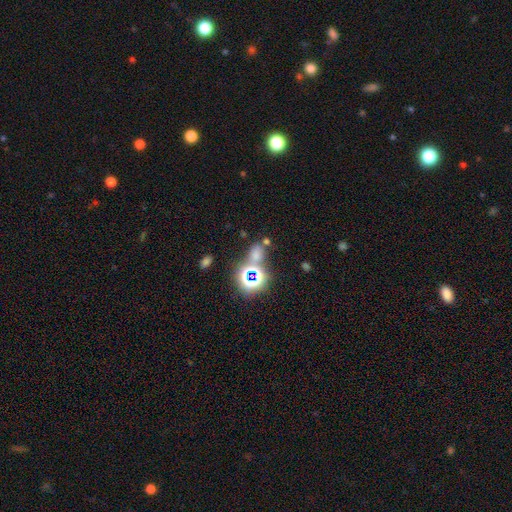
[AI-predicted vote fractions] Smooth or featured? smooth (47%)
Merging? none (58%)